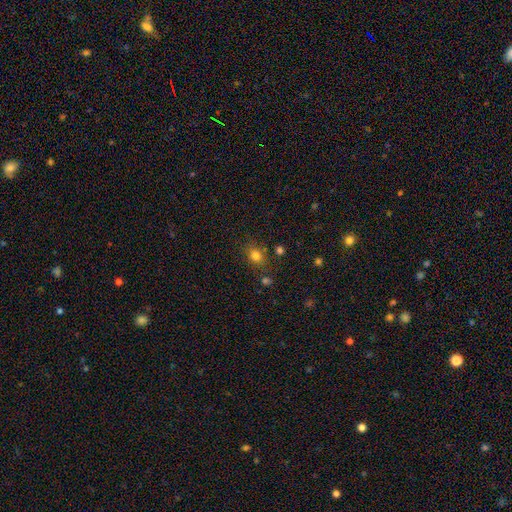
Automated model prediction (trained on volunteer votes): Smooth or featured: smooth — 79% (star or artifact — 15%)
How rounded: round — 55% (in between — 44%)
Merging: none — 74% (minor disturbance — 14%)